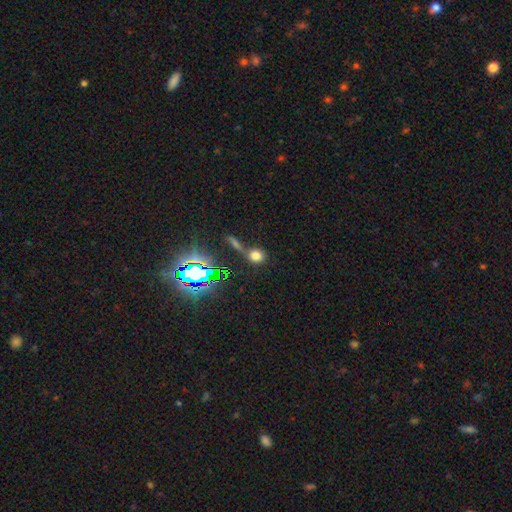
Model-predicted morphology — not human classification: Smooth or featured?
  - smooth: 67% *
  - star or artifact: 25%
  - featured or disk: 8%
How rounded?
  - round: 77% *
  - in between: 20%
  - cigar-shaped: 3%
Merging?
  - none: 60% *
  - merger: 22%
  - minor disturbance: 11%
  - major disturbance: 6%